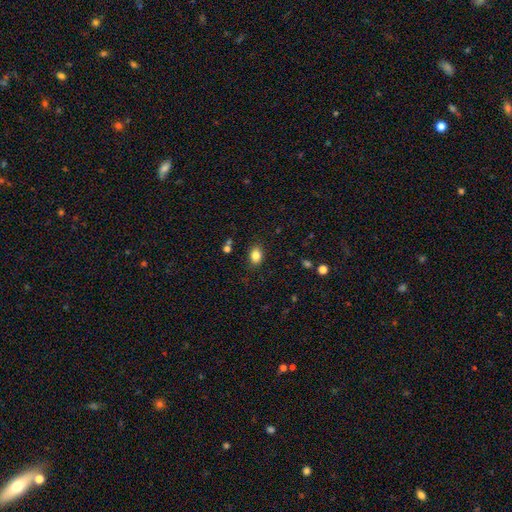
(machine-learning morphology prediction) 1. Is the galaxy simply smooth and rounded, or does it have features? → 84% smooth, 10% star or artifact, 6% featured or disk.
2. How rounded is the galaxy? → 68% in between, 31% round, 1% cigar-shaped.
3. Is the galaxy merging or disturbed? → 86% none, 10% minor disturbance, 3% major disturbance, 2% merger.